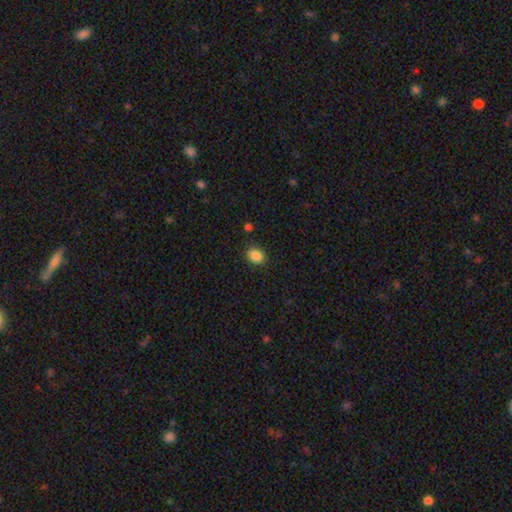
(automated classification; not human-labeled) A smooth galaxy with no disk features (86%) that is in between round and cigar-shaped (50%). Merging: none (85%).